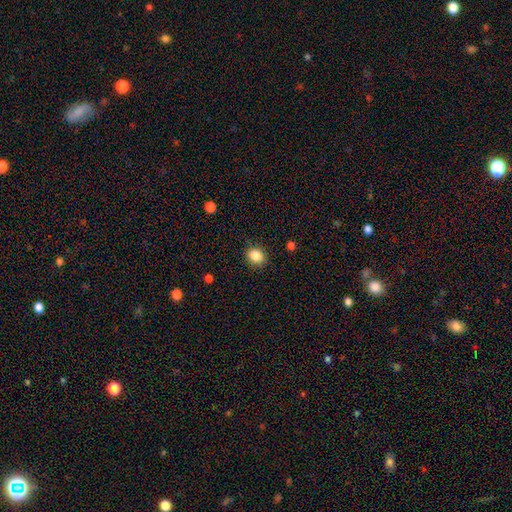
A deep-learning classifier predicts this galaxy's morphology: This is clearly a smooth galaxy (86%). How rounded: likely round (66%). Merging: clearly none (86%).